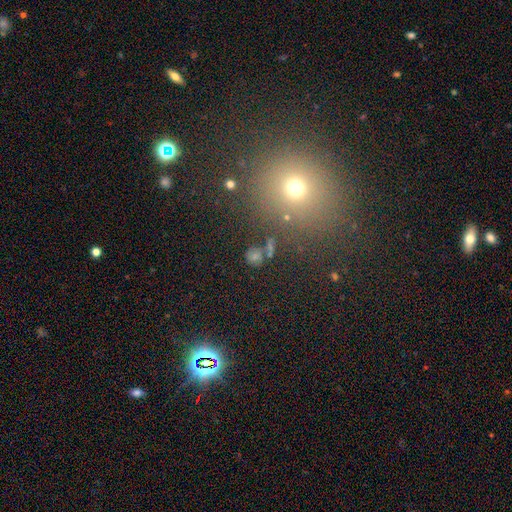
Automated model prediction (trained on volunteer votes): Smooth or featured? Predicted: smooth (p=0.51). How rounded? Predicted: round (p=0.79). Merging? Predicted: none (p=0.80).